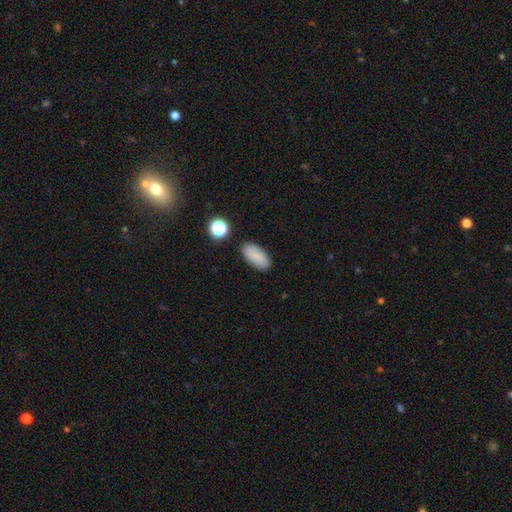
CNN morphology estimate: Q: Smooth or featured?
A: smooth (81%); runner-up: featured or disk (10%)
Q: How rounded?
A: in between (91%); runner-up: cigar-shaped (5%)
Q: Merging?
A: none (85%); runner-up: minor disturbance (10%)